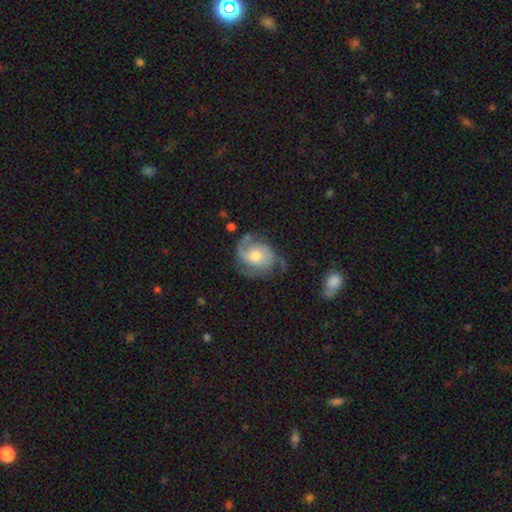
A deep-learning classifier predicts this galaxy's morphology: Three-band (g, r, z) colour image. It shows a featured or disk galaxy (71%) with no bar (71%), 2 (58%) medium (45%) spiral arms (90%) and a moderate central bulge (66%). Merging: none (56%).